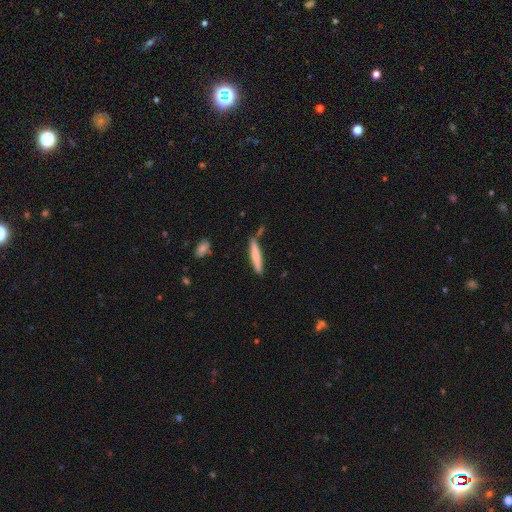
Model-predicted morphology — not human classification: type=smooth (67%); roundness=cigar-shaped (92%); merging=none (77%).